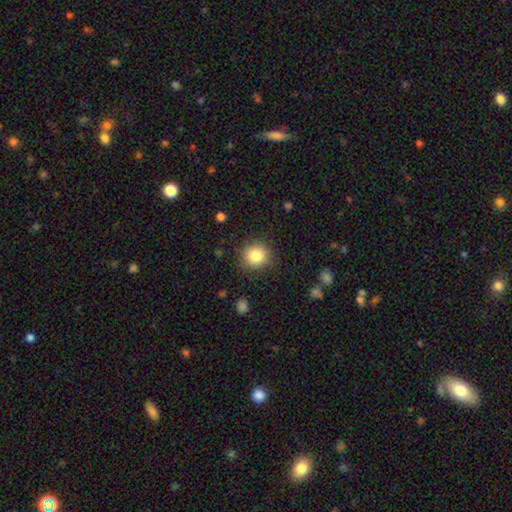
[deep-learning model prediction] A smooth galaxy with no disk features (84%) that is round (87%).

Vote fractions:
- Smooth or featured? smooth: 84% / star or artifact: 10% / featured or disk: 6%
- How rounded? round: 87% / in between: 12% / cigar-shaped: 1%
- Merging? none: 86% / minor disturbance: 10% / major disturbance: 3% / merger: 1%